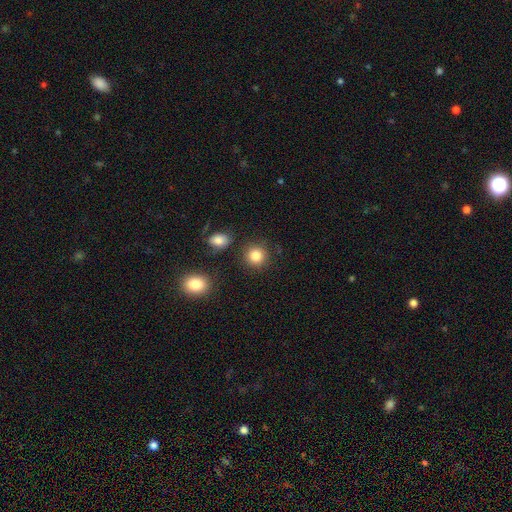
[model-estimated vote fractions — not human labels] Morphology: type=smooth (85%); roundness=round (89%); merging=none (85%).